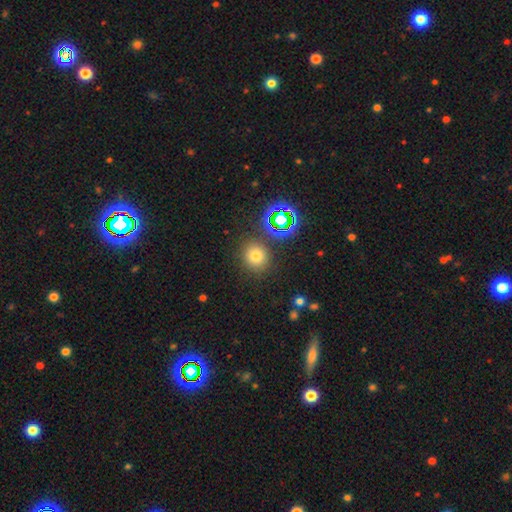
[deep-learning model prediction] A smooth galaxy with no disk features (70%) that is round (86%). Merging: none (83%).